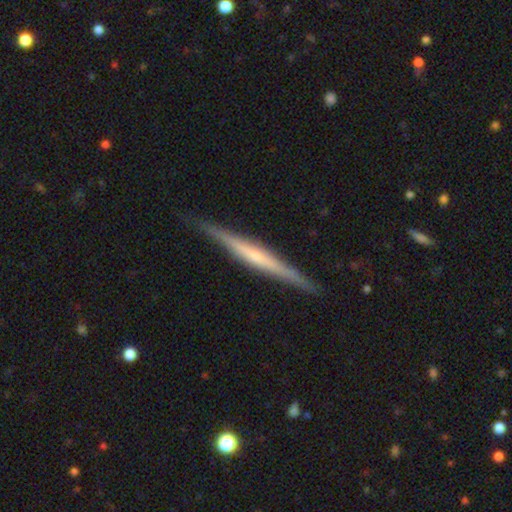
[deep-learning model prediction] Smooth or featured? featured or disk (72%)
Edge-on disk? yes (98%)
Edge-on bulge? rounded (51%)
Merging? none (90%)